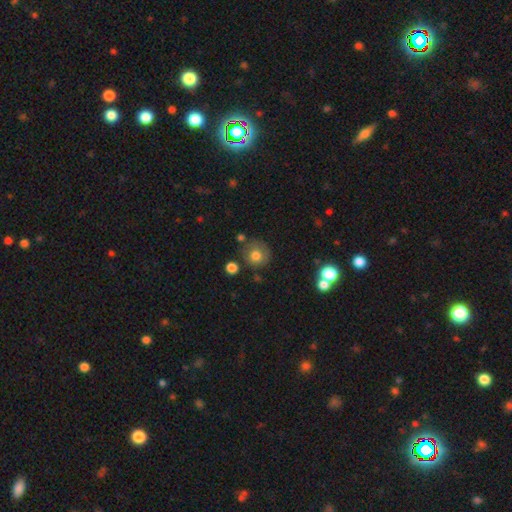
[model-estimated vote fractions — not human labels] A smooth galaxy with no disk features (73%) that is round (88%).

Vote fractions:
- Smooth or featured? smooth: 73% / featured or disk: 16% / star or artifact: 11%
- How rounded? round: 88% / in between: 11% / cigar-shaped: 1%
- Merging? none: 69% / minor disturbance: 18% / major disturbance: 7% / merger: 6%